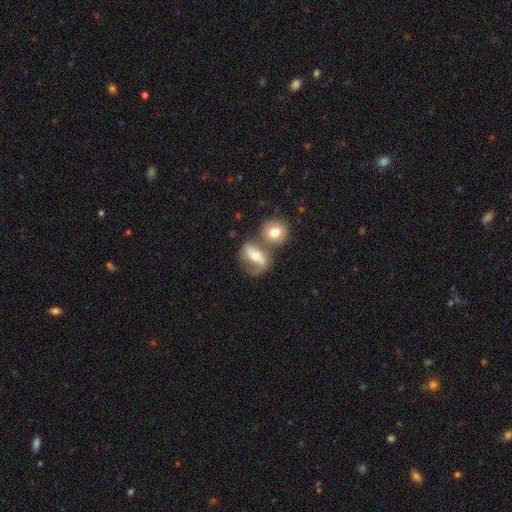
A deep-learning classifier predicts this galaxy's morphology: Smooth or featured?
  - featured or disk: 50% *
  - smooth: 42%
  - star or artifact: 8%
Edge-on disk?
  - no: 91% *
  - yes: 9%
Merging?
  - merger: 39% *
  - none: 38%
  - minor disturbance: 14%
  - major disturbance: 10%